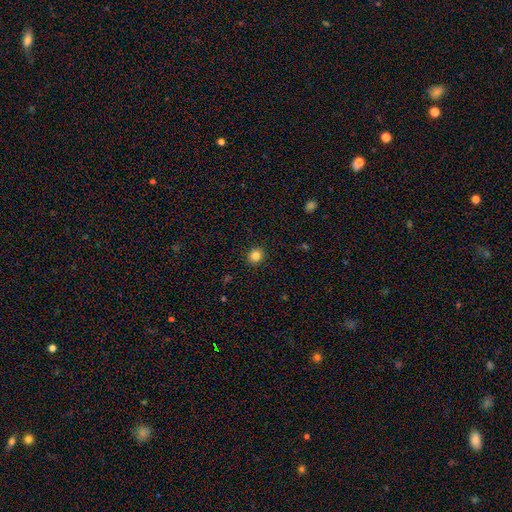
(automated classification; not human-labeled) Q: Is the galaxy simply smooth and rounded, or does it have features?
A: smooth — 83%.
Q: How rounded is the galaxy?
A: round — 89%.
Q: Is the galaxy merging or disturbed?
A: none — 92%.